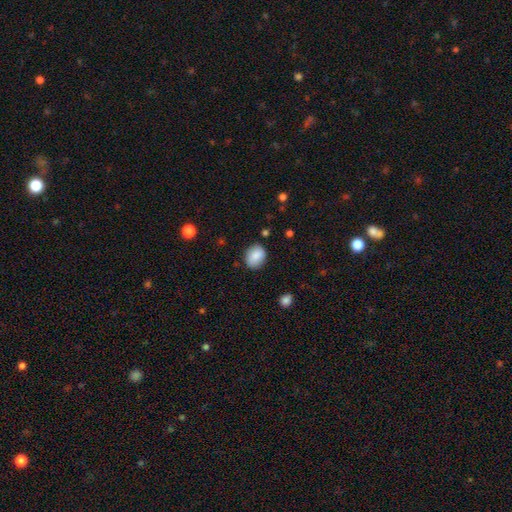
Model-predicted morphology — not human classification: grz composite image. It shows a smooth galaxy with no disk features (83%) that is in between round and cigar-shaped (52%). Merging: none (81%).